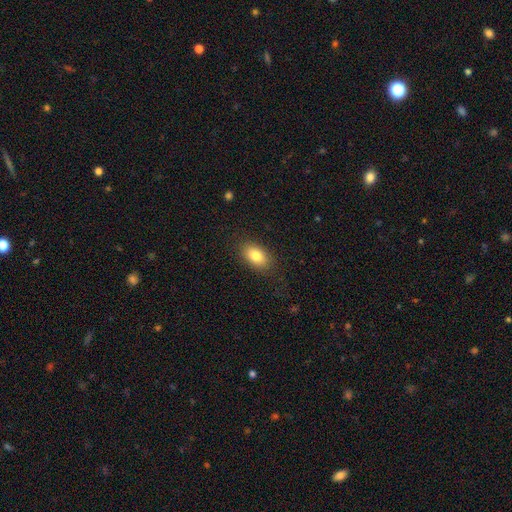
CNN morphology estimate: A smooth galaxy with no disk features (83%) that is in between round and cigar-shaped (90%).

Vote fractions:
- Smooth or featured? smooth: 83% / featured or disk: 9% / star or artifact: 8%
- How rounded? in between: 90% / round: 8% / cigar-shaped: 2%
- Merging? none: 86% / minor disturbance: 10% / major disturbance: 3% / merger: 1%